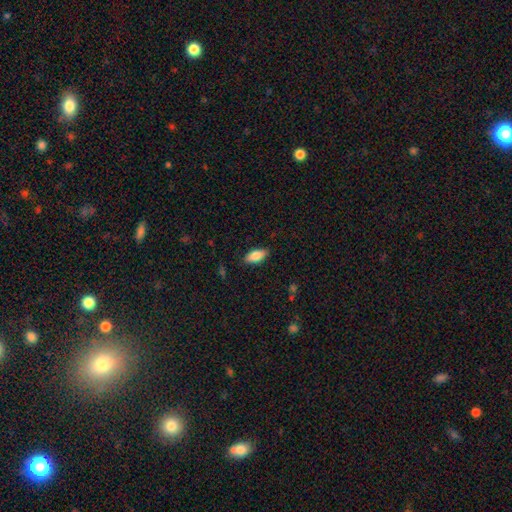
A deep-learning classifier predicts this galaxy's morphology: This appears to be a smooth galaxy with no disk features (82%) that is in between round and cigar-shaped (89%). Merging: none (85%).